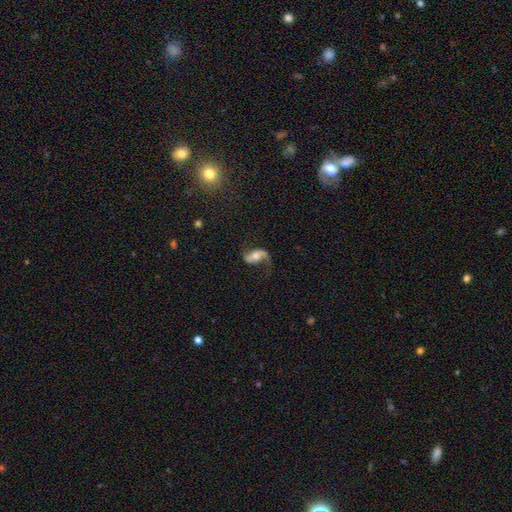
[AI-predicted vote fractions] smooth_or_featured: featured or disk (p=0.78) [alt: smooth p=0.15]
disk_edge_on: no (p=0.95) [alt: yes p=0.05]
bar: no (p=0.43) [alt: weak p=0.34]
has_spiral_arms: yes (p=0.93) [alt: no p=0.07]
spiral_winding: loose (p=0.75) [alt: medium p=0.20]
spiral_arm_count: 2 (p=0.83) [alt: 1 p=0.12]
bulge_size: moderate (p=0.59) [alt: small p=0.25]
merging: none (p=0.62) [alt: minor disturbance p=0.18]